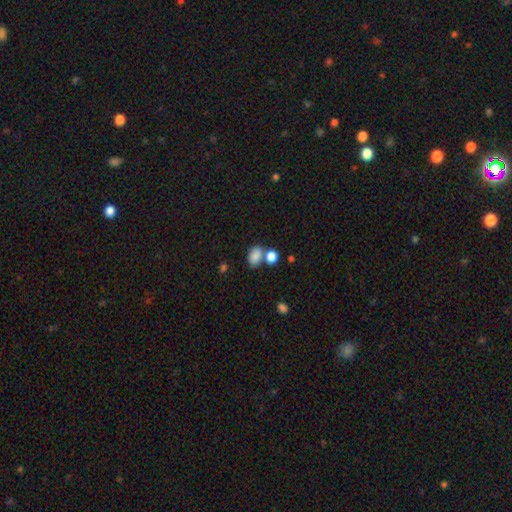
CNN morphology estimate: Overall: smooth (84%). How rounded: in between (74%). Merging: none (46%; merger 36%).